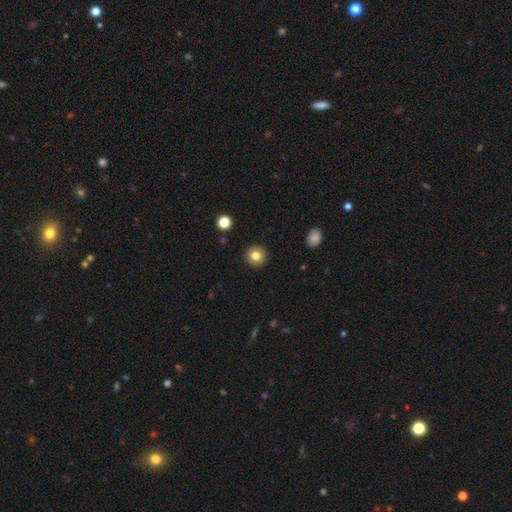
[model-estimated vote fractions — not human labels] This is clearly a smooth galaxy (81%). How rounded: clearly round (94%). Merging: clearly none (93%).